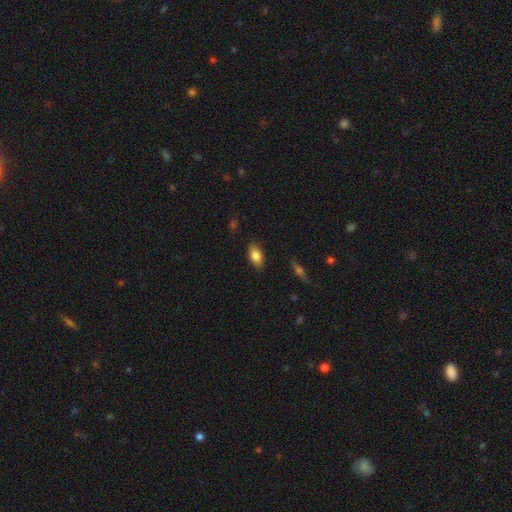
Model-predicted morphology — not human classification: A smooth galaxy with no disk features (82%) that is in between round and cigar-shaped (90%).

Vote fractions:
- Smooth or featured? smooth: 82% / featured or disk: 10% / star or artifact: 8%
- How rounded? in between: 90% / cigar-shaped: 5% / round: 5%
- Merging? none: 85% / minor disturbance: 11% / major disturbance: 3% / merger: 1%